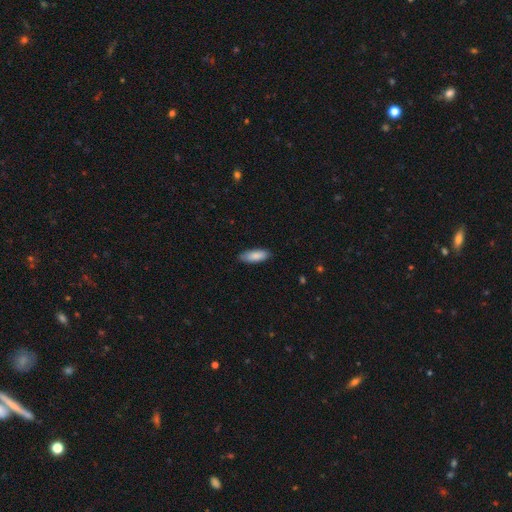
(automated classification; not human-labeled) A smooth galaxy with no disk features (87%) that is in between round and cigar-shaped (70%). Merging: none (85%).